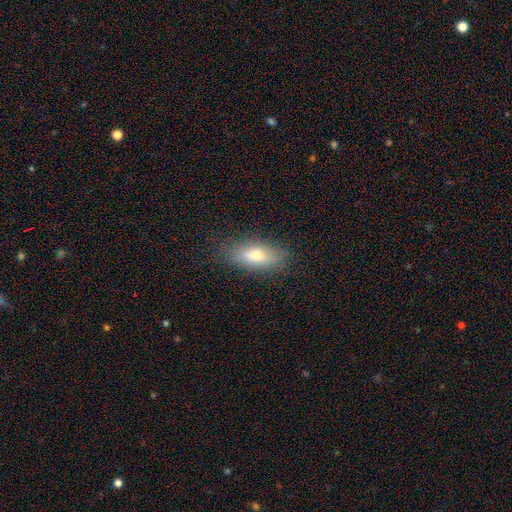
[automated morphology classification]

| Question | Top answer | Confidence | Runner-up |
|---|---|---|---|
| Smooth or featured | smooth | 73% | featured or disk (19%) |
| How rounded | in between | 77% | cigar-shaped (20%) |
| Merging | none | 81% | minor disturbance (14%) |